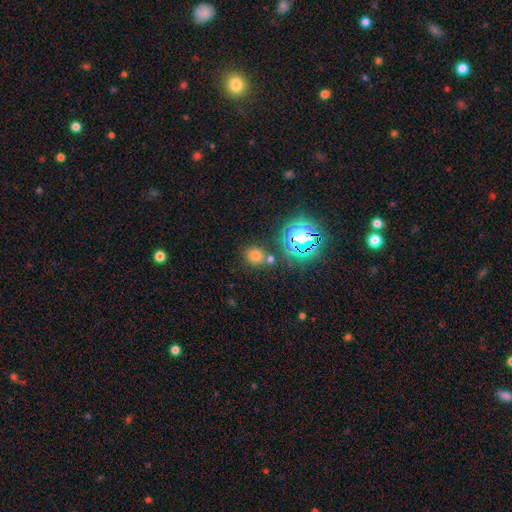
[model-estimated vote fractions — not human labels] A smooth galaxy with no disk features (64%) that is round (71%).

Vote fractions:
- Smooth or featured? smooth: 64% / star or artifact: 29% / featured or disk: 7%
- How rounded? round: 71% / in between: 27% / cigar-shaped: 1%
- Merging? none: 72% / merger: 14% / minor disturbance: 10% / major disturbance: 4%